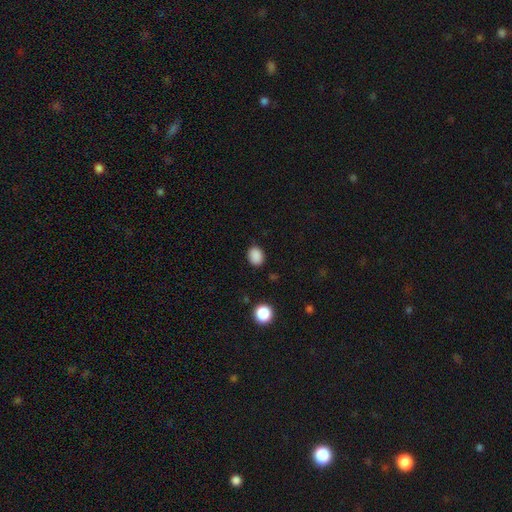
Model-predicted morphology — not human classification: Smooth or featured? smooth (87%)
How rounded? in between (56%)
Merging? none (86%)